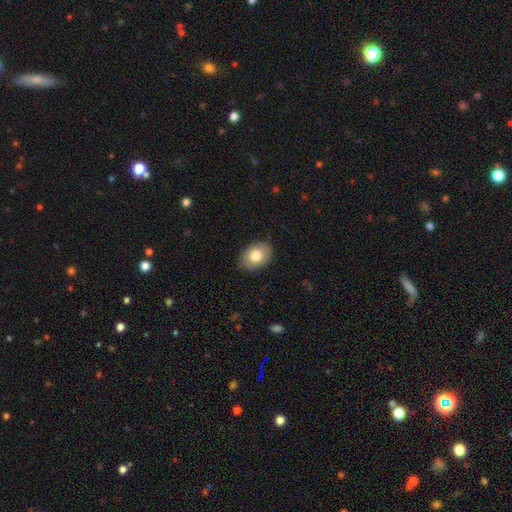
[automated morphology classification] Q: Smooth or featured?
A: smooth (78%); runner-up: featured or disk (15%)
Q: How rounded?
A: in between (77%); runner-up: round (22%)
Q: Merging?
A: none (85%); runner-up: minor disturbance (11%)